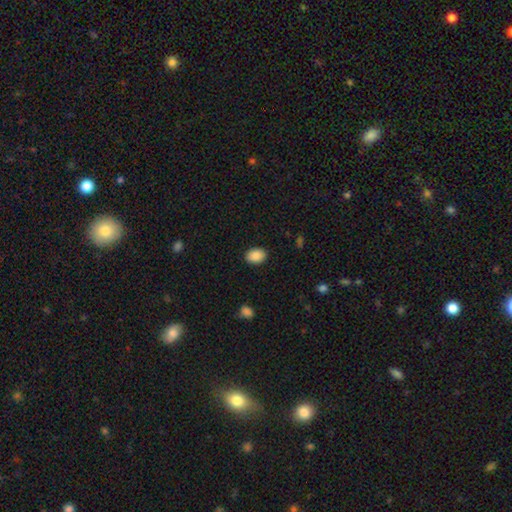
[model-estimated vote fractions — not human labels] The model was most divided on "how rounded": in between: 71%, round: 28%, cigar-shaped: 1%. More confident: smooth or featured — smooth (89%); merging — none (89%).